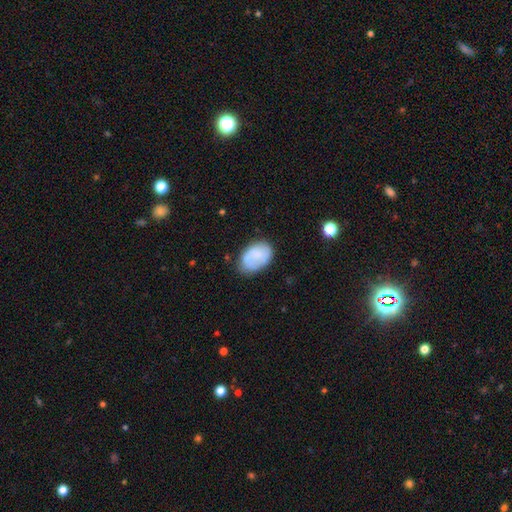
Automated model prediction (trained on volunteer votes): smooth-or-featured: smooth: 69% | featured or disk: 23% | star or artifact: 7%
  how-rounded: in between: 85% | round: 14% | cigar-shaped: 1%
  merging: none: 60% | minor disturbance: 25% | major disturbance: 8% | merger: 7%